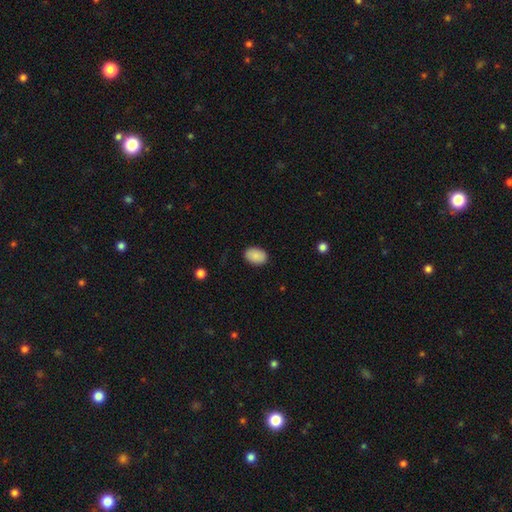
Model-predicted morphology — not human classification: Smooth or featured: smooth — 89% (star or artifact — 7%)
How rounded: in between — 84% (round — 14%)
Merging: none — 87% (minor disturbance — 9%)